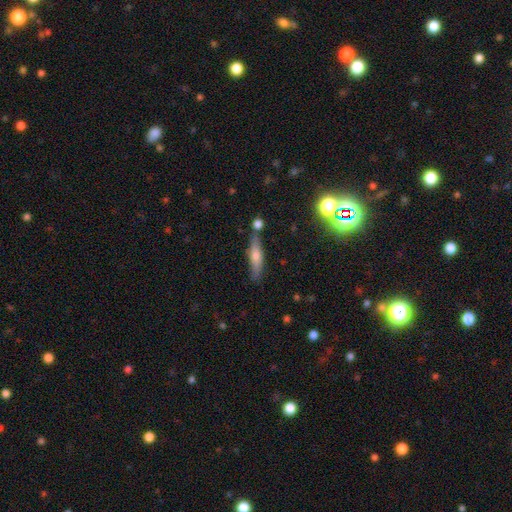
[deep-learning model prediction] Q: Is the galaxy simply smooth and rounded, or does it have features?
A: smooth — 48%.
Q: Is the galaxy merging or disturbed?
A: none — 74%.